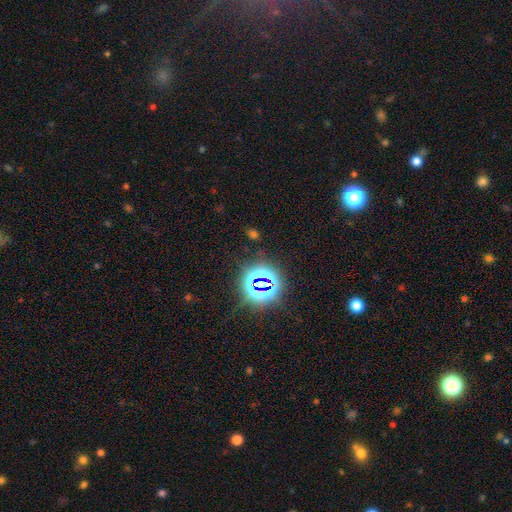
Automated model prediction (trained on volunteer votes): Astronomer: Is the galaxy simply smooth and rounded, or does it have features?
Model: star or artifact — 78%.